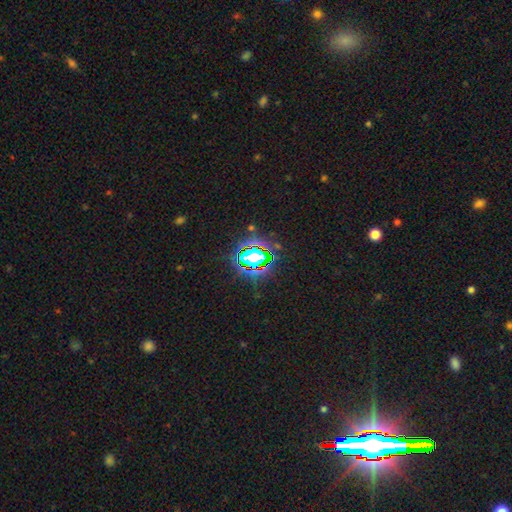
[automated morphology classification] Smooth or featured: star or artifact — 67% (smooth — 21%)